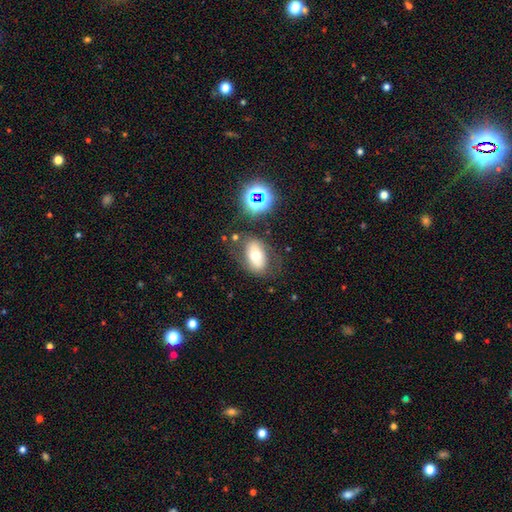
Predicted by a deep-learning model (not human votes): Smooth or featured? Predicted: smooth (p=0.58). How rounded? Predicted: in between (p=0.87). Merging? Predicted: none (p=0.67).